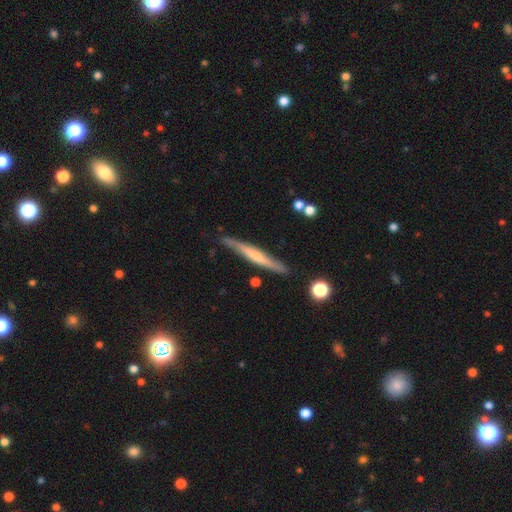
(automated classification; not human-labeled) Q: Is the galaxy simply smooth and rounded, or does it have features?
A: featured or disk — 53%.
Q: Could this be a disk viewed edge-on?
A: yes — 92%.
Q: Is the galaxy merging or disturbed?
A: none — 81%.